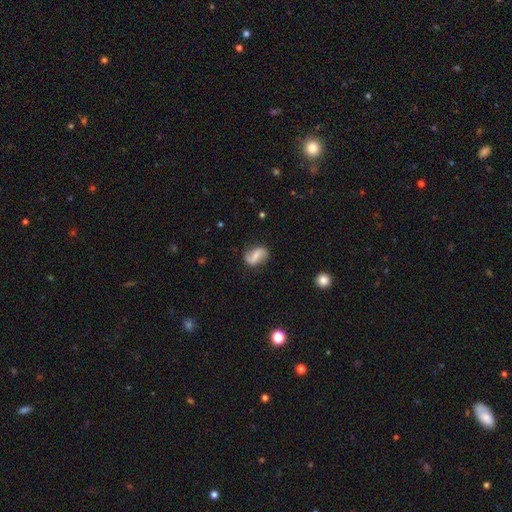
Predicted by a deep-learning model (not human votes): Smooth or featured?
  - featured or disk: 63% *
  - smooth: 29%
  - star or artifact: 8%
Edge-on disk?
  - no: 97% *
  - yes: 3%
Bar?
  - weak: 39% *
  - strong: 36%
  - no: 25%
Spiral arms?
  - yes: 89% *
  - no: 11%
Spiral winding?
  - loose: 70% *
  - medium: 22%
  - tight: 8%
Spiral arm count?
  - 2: 90% *
  - can't tell: 4%
  - 1: 3%
  - 3: 1%
  - 4: 1%
  - more than 4: 1%
Bulge size?
  - none: 39% *
  - small: 35%
  - moderate: 20%
  - large: 4%
  - dominant: 2%
Merging?
  - none: 78% *
  - minor disturbance: 15%
  - major disturbance: 5%
  - merger: 2%